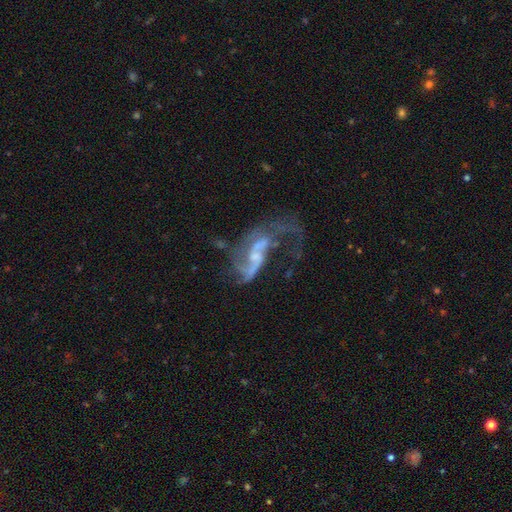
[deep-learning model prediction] Q: Smooth or featured?
A: featured or disk (83%); runner-up: star or artifact (9%)
Q: Edge-on disk?
A: no (95%); runner-up: yes (5%)
Q: Bar?
A: weak (43%); runner-up: no (42%)
Q: Spiral arms?
A: yes (89%); runner-up: no (11%)
Q: Spiral winding?
A: loose (71%); runner-up: medium (23%)
Q: Spiral arm count?
A: 2 (72%); runner-up: 1 (13%)
Q: Bulge size?
A: small (52%); runner-up: moderate (29%)
Q: Merging?
A: major disturbance (44%); runner-up: none (30%)